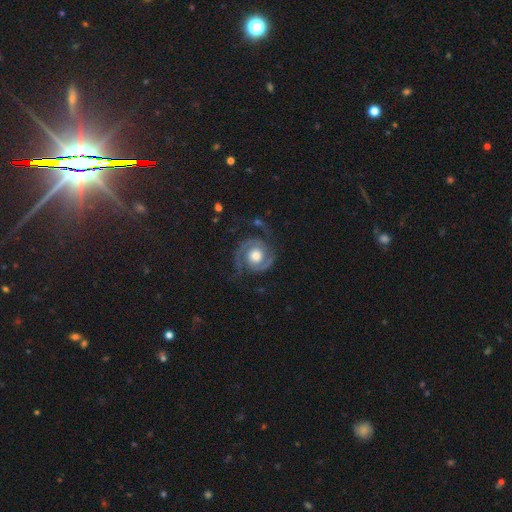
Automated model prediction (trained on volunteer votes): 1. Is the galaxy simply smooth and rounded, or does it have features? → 88% featured or disk, 8% smooth, 5% star or artifact.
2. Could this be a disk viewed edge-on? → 98% no, 2% yes.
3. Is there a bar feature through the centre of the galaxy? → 75% no, 20% weak, 5% strong.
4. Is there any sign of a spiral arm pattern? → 97% yes, 3% no.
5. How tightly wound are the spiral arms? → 44% medium, 43% tight, 13% loose.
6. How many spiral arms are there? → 88% 2, 4% 3, 3% can't tell, 3% 1, 1% 4, 1% more than 4.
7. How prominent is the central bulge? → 51% moderate, 38% large, 5% small, 3% dominant, 2% none.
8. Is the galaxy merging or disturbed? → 68% none, 18% minor disturbance, 12% major disturbance, 2% merger.